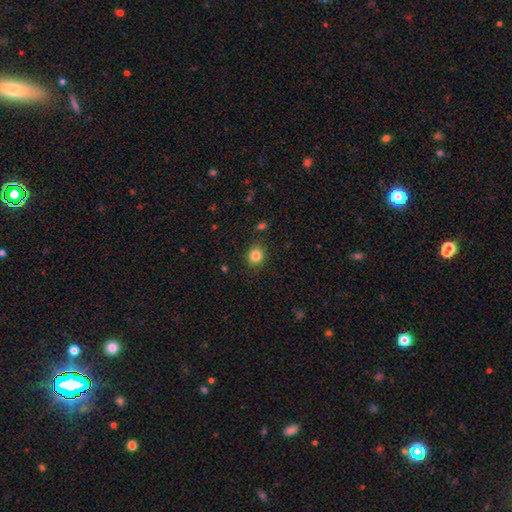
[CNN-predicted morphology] Overall: smooth (84%). How rounded: round (71%). Merging: none (84%).